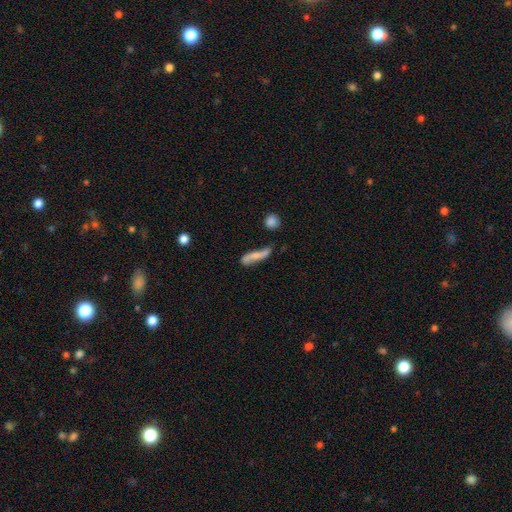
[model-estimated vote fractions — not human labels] Smooth or featured? Predicted: smooth (p=0.54). How rounded? Predicted: cigar-shaped (p=0.73). Merging? Predicted: none (p=0.53).